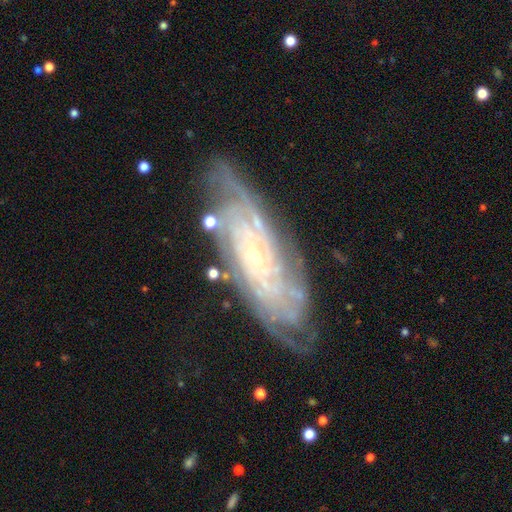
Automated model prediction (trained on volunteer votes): Smooth or featured: featured or disk — 86% (smooth — 8%)
Edge-on disk: no — 88% (yes — 12%)
Bar: no — 74% (weak — 19%)
Spiral arms: yes — 96% (no — 4%)
Spiral winding: tight — 78% (medium — 18%)
Spiral arm count: can't tell — 41% (4 — 17%)
Bulge size: small — 85% (moderate — 11%)
Merging: none — 75% (minor disturbance — 17%)